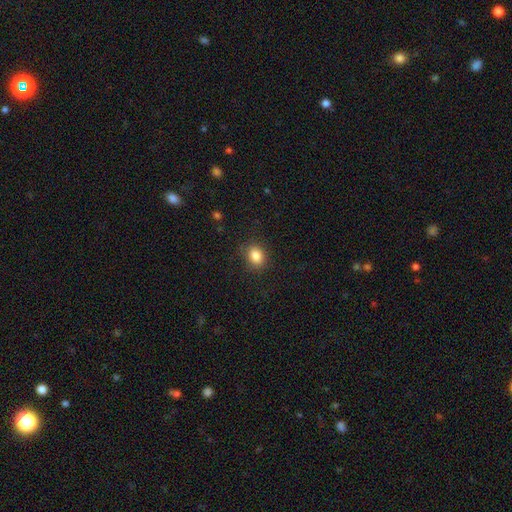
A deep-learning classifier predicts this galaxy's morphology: Smooth or featured? Predicted: smooth (p=0.85). How rounded? Predicted: in between (p=0.51). Merging? Predicted: none (p=0.86).